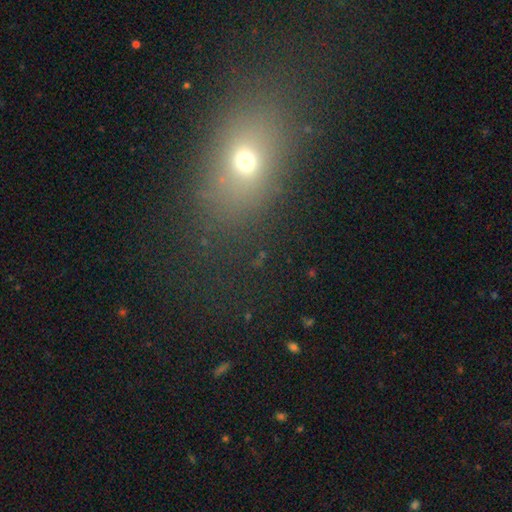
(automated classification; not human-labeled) Smooth or featured? Predicted: smooth (p=0.59). How rounded? Predicted: in between (p=0.61). Merging? Predicted: none (p=0.76).